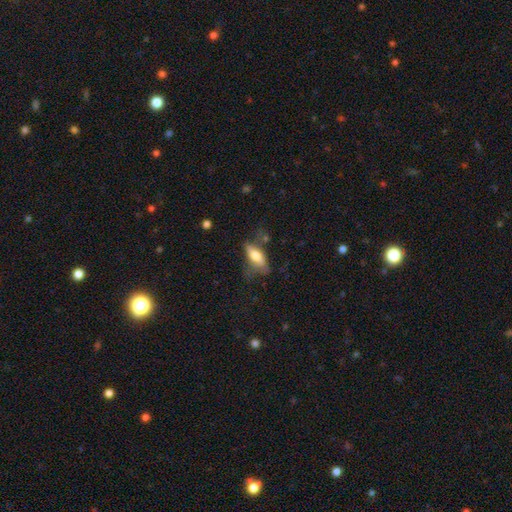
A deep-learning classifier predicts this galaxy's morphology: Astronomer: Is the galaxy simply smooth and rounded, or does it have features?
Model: smooth — 62%.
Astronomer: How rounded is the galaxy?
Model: in between — 71%.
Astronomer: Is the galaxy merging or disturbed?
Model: none — 44% (runner-up: minor disturbance, 29%).